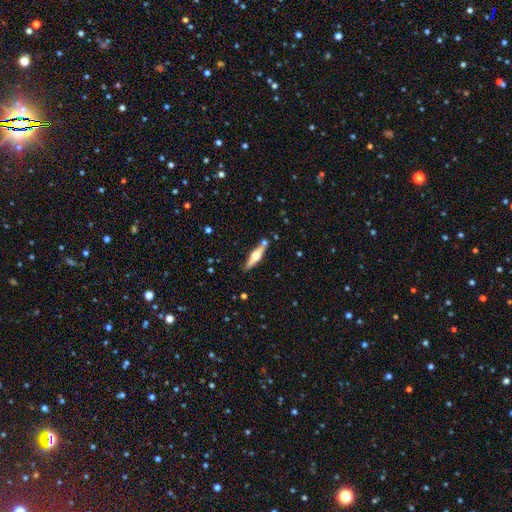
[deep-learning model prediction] featured or disk 63%, smooth 32%, star or artifact 5%. Down the decision tree: edge-on disk — yes (95%); edge-on bulge — rounded (94%); merging — none (80%).